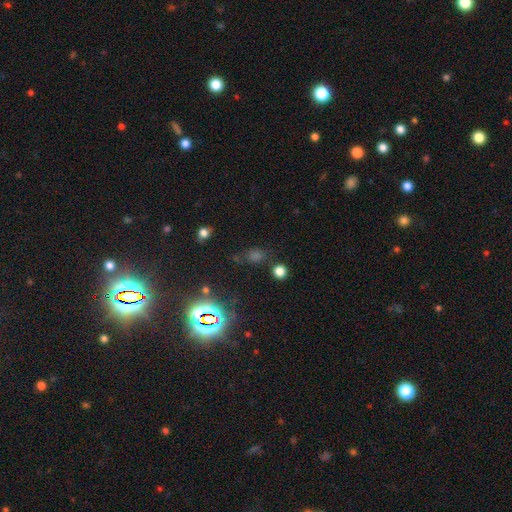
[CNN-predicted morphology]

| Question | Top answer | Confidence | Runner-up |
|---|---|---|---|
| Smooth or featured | star or artifact | 55% | smooth (36%) |